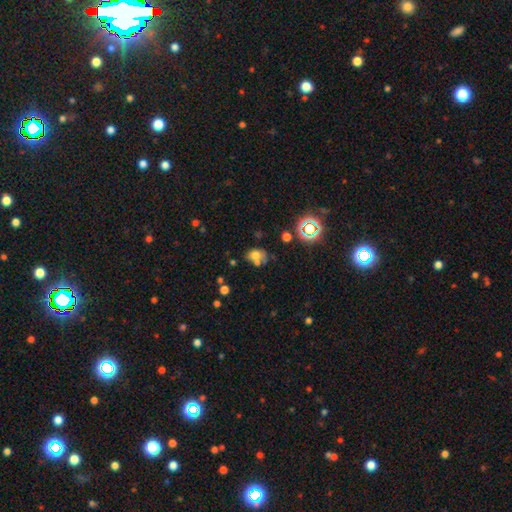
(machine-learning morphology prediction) Smooth or featured? smooth (65%)
How rounded? in between (58%)
Merging? none (47%)